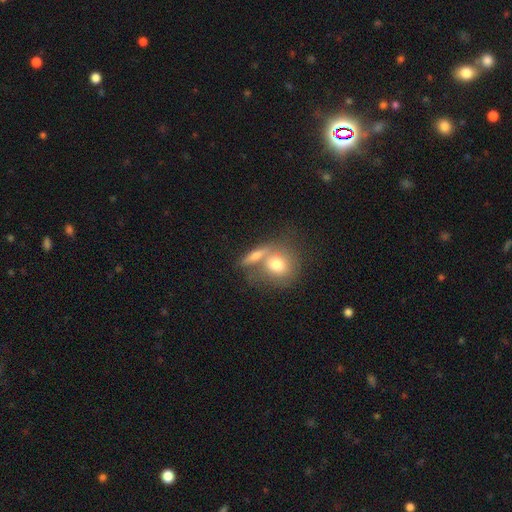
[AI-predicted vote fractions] smooth 65%, featured or disk 26%, star or artifact 9%. Down the decision tree: how rounded — round (42%); merging — merger (42%, tied with none).